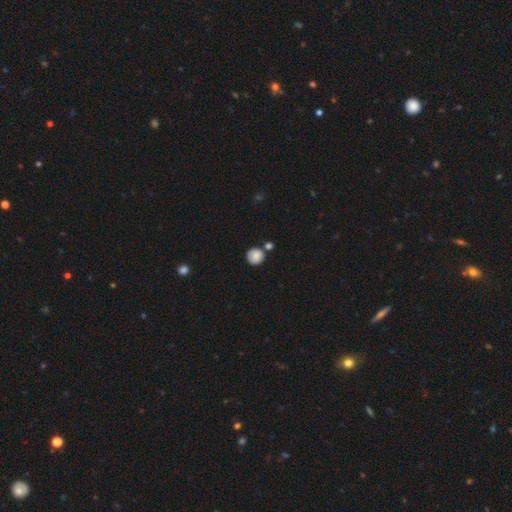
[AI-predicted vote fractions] smooth-or-featured: smooth: 85% | star or artifact: 9% | featured or disk: 7%
  how-rounded: round: 93% | in between: 6% | cigar-shaped: 1%
  merging: none: 74% | merger: 13% | minor disturbance: 10% | major disturbance: 3%